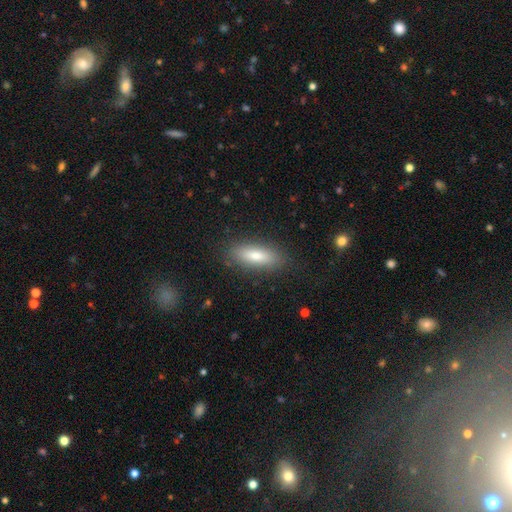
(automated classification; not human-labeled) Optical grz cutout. It shows a smooth galaxy with no disk features (76%) that is in between round and cigar-shaped (58%). Merging: none (86%).